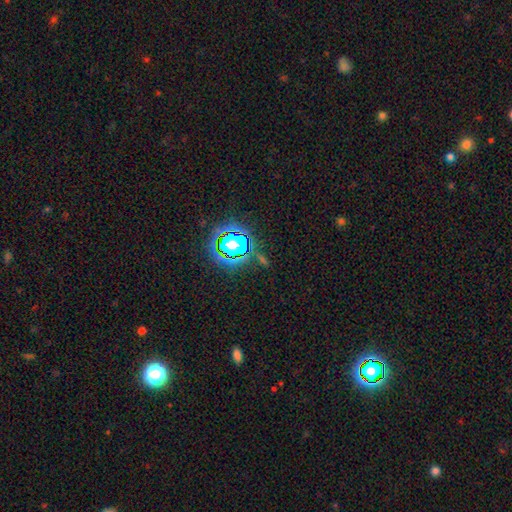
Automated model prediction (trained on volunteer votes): smooth-or-featured: star or artifact: 70% | smooth: 19% | featured or disk: 10%